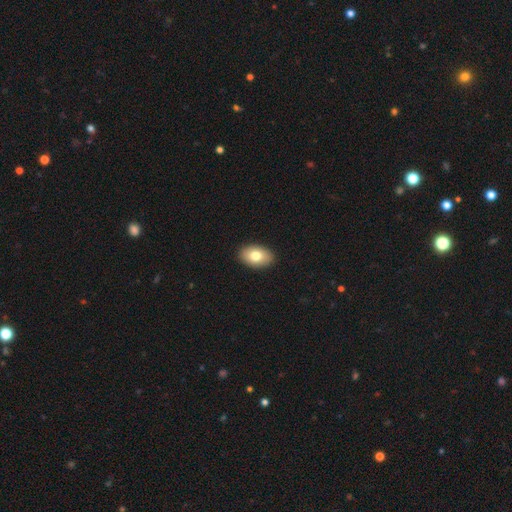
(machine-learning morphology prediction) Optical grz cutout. It shows a smooth galaxy with no disk features (78%) that is in between round and cigar-shaped (90%). Merging: none (91%).